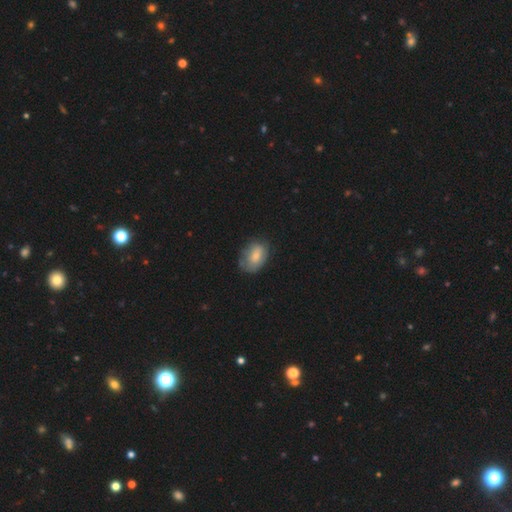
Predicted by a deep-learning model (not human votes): This is likely a smooth galaxy (72%). How rounded: likely in between (77%). Merging: likely none (61%).